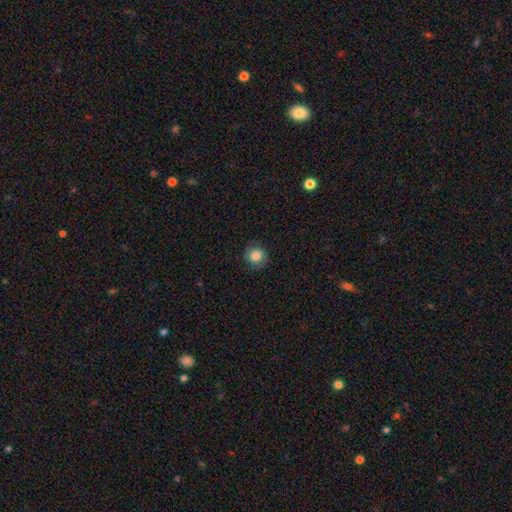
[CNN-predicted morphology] Q: Smooth or featured?
A: smooth (81%); runner-up: star or artifact (10%)
Q: How rounded?
A: round (89%); runner-up: in between (10%)
Q: Merging?
A: none (83%); runner-up: minor disturbance (12%)